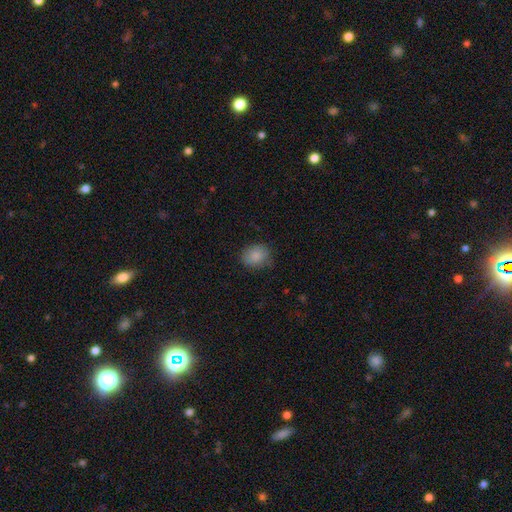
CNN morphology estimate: A smooth galaxy with no disk features (84%) that is round (58%). Merging: none (75%).